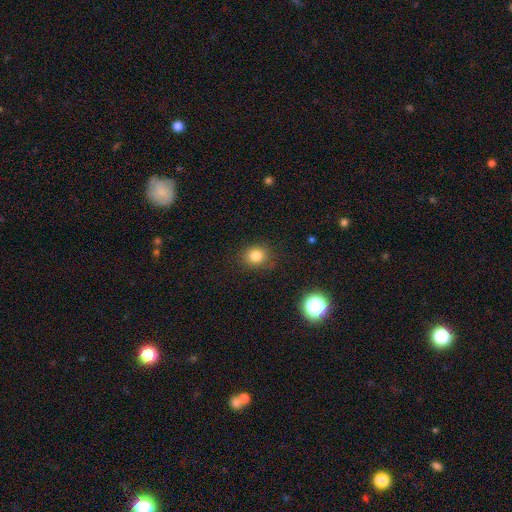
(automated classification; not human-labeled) Morphology: type=smooth (82%); roundness=round (74%); merging=none (83%).